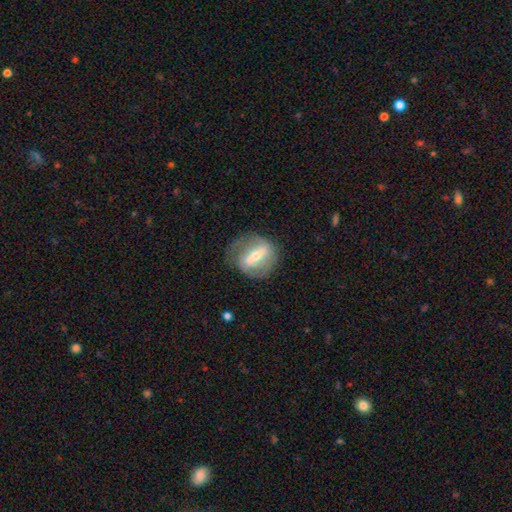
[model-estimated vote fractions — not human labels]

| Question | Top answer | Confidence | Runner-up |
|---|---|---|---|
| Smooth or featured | featured or disk | 71% | smooth (23%) |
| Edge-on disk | no | 91% | yes (9%) |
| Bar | strong | 61% | weak (28%) |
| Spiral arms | yes | 65% | no (35%) |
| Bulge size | moderate | 48% | small (46%) |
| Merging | none | 63% | minor disturbance (21%) |